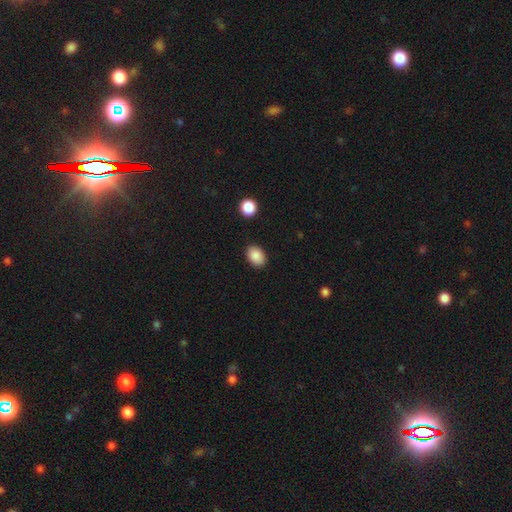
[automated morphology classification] This is clearly a smooth galaxy (89%). How rounded: likely in between (80%). Merging: clearly none (87%).